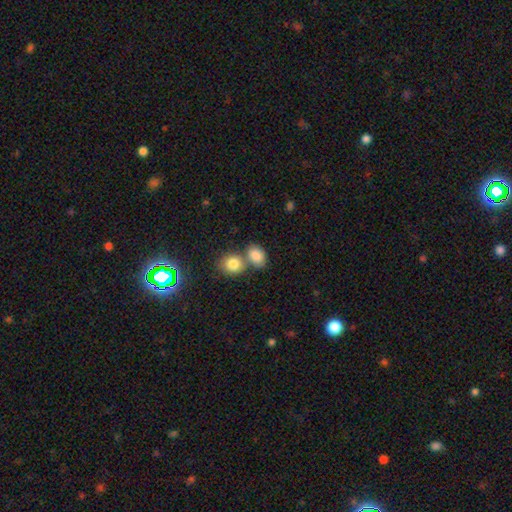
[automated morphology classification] This appears to be a smooth galaxy with no disk features (84%) that is in between round and cigar-shaped (71%). Merging: none (44%).